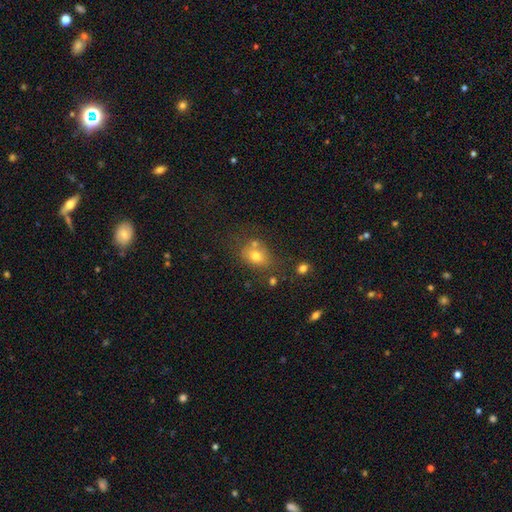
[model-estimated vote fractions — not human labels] smooth-or-featured: smooth: 72% | star or artifact: 15% | featured or disk: 14%
  how-rounded: in between: 53% | round: 46% | cigar-shaped: 1%
  merging: none: 57% | merger: 20% | minor disturbance: 17% | major disturbance: 7%